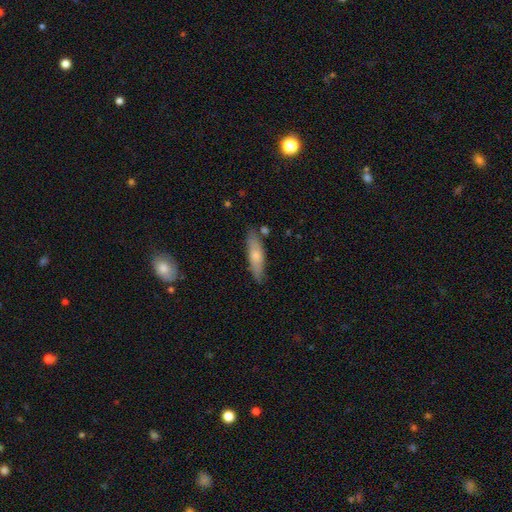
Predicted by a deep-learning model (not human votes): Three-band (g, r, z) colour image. It shows a smooth galaxy with no disk features (63%) that is cigar-shaped (67%). Merging: none (79%).